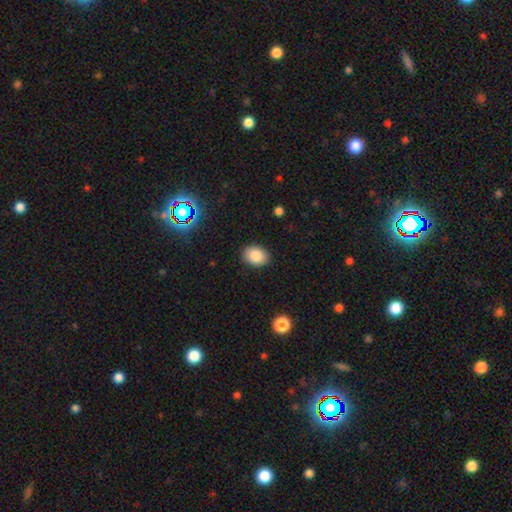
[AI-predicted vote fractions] smooth_or_featured: smooth (p=0.85) [alt: star or artifact p=0.09]
how_rounded: in between (p=0.68) [alt: round p=0.31]
merging: none (p=0.88) [alt: minor disturbance p=0.09]